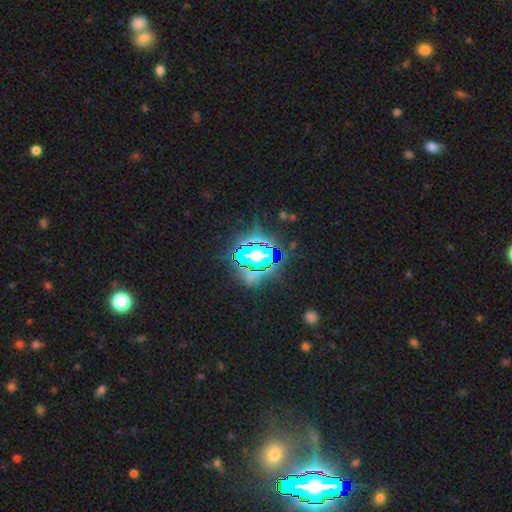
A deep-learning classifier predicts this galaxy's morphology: Smooth or featured? Predicted: star or artifact (p=0.76).